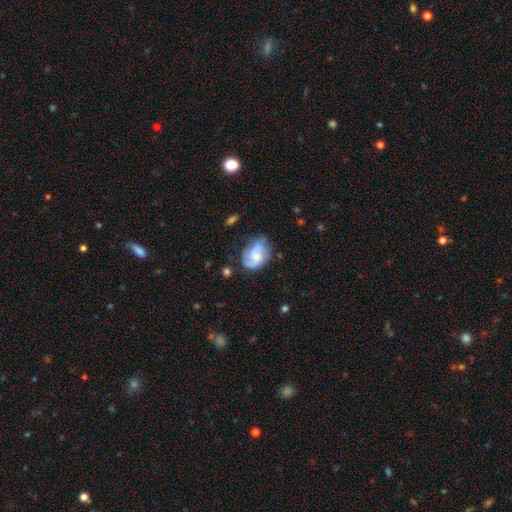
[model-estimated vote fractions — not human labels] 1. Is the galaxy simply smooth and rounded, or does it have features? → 65% featured or disk, 27% smooth, 7% star or artifact.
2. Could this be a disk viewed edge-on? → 97% no, 3% yes.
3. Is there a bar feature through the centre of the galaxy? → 58% no, 36% weak, 6% strong.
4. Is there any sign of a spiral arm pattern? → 90% yes, 10% no.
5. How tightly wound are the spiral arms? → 44% medium, 34% loose, 22% tight.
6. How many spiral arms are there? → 64% 2, 14% can't tell, 11% 3, 7% 1, 2% 4, 2% more than 4.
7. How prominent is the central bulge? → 36% small (tied), 36% moderate (tied), 20% none, 7% large, 2% dominant.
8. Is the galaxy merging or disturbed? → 59% none, 25% minor disturbance, 12% major disturbance, 4% merger.